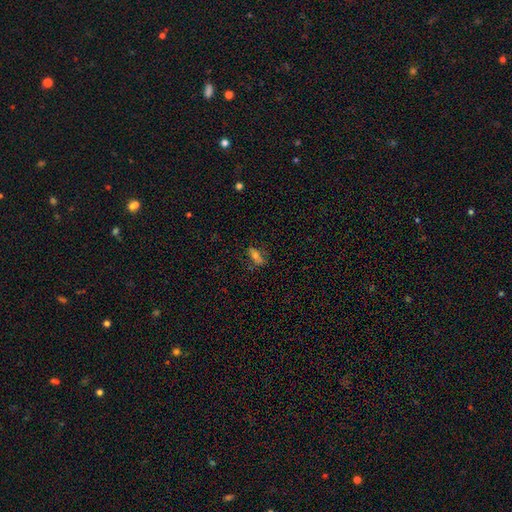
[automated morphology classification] smooth 56%, featured or disk 26%, star or artifact 17%. Down the decision tree: how rounded — in between (72%); merging — none (72%).